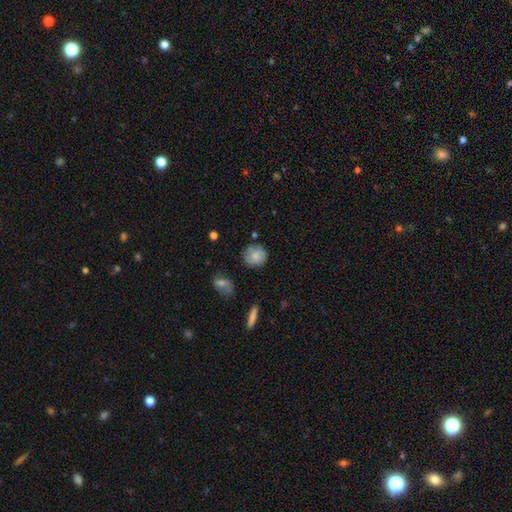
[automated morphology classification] smooth 70%, featured or disk 22%, star or artifact 8%. Down the decision tree: how rounded — round (82%); merging — none (70%).